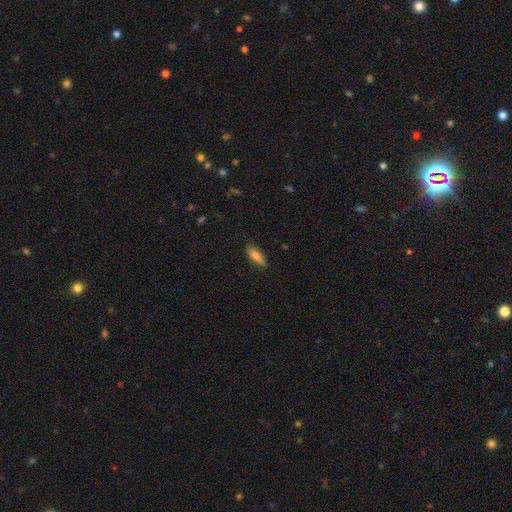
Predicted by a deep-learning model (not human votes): Smooth or featured? smooth (80%)
How rounded? in between (55%)
Merging? none (85%)